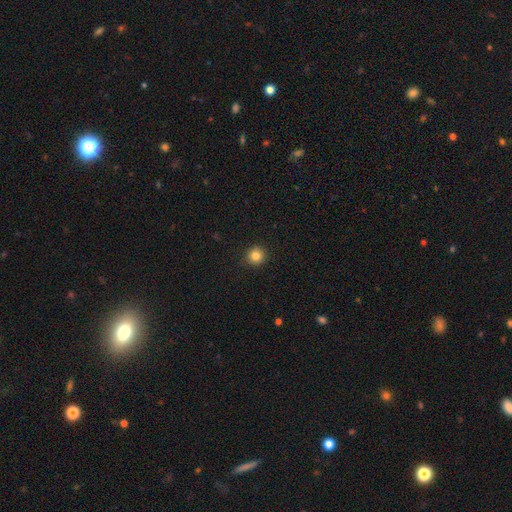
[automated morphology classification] Overall: smooth (83%). How rounded: round (93%). Merging: none (92%).